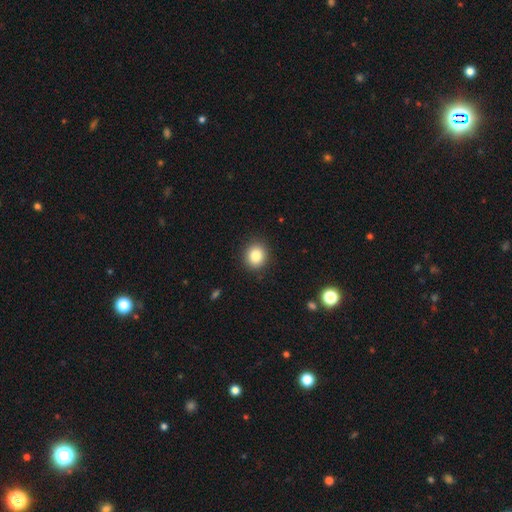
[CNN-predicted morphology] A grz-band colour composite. It shows a smooth galaxy with no disk features (85%) that is round (77%). Merging: none (90%).